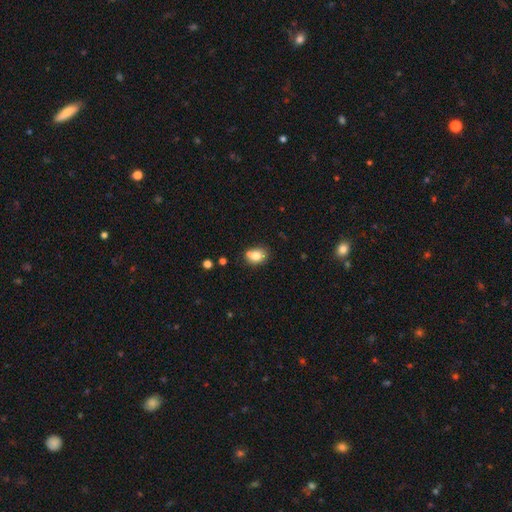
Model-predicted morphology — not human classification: Smooth or featured?
  - smooth: 77% *
  - featured or disk: 13%
  - star or artifact: 10%
How rounded?
  - in between: 58% *
  - round: 41%
  - cigar-shaped: 1%
Merging?
  - none: 57% *
  - merger: 22%
  - minor disturbance: 17%
  - major disturbance: 4%